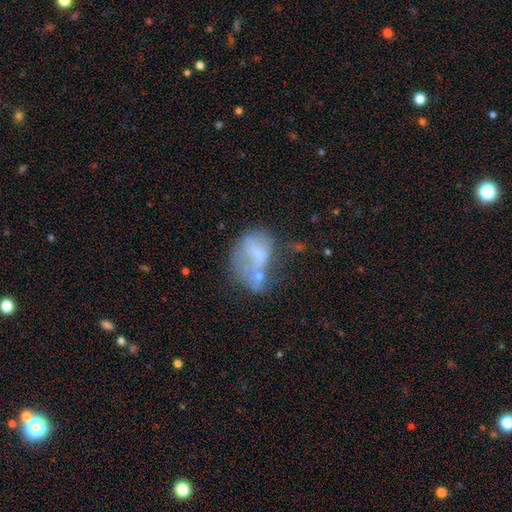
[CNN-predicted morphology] smooth_or_featured: smooth (p=0.47) [alt: featured or disk p=0.40]
merging: merger (p=0.35) [alt: major disturbance p=0.25]